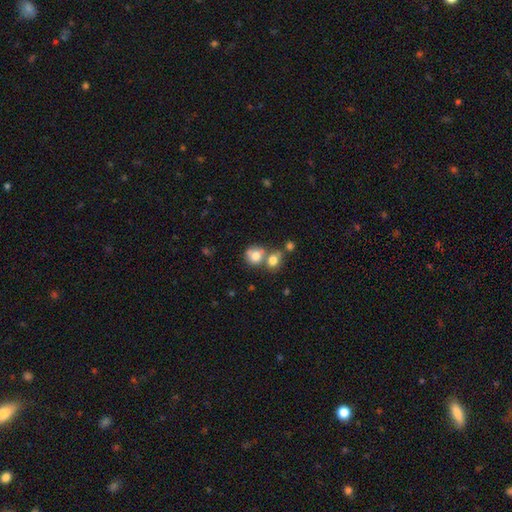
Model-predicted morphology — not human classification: Smooth or featured?
  - smooth: 74% *
  - featured or disk: 15%
  - star or artifact: 10%
How rounded?
  - round: 70% *
  - in between: 29%
  - cigar-shaped: 1%
Merging?
  - merger: 52% *
  - none: 33%
  - minor disturbance: 10%
  - major disturbance: 5%